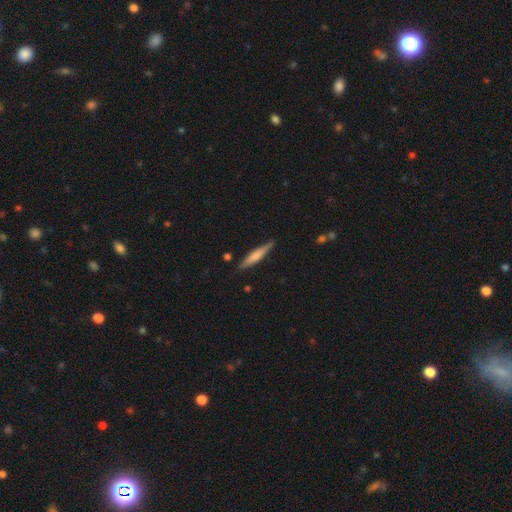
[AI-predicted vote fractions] This is possibly a smooth galaxy (54%). How rounded: clearly cigar-shaped (91%). Merging: clearly none (86%).